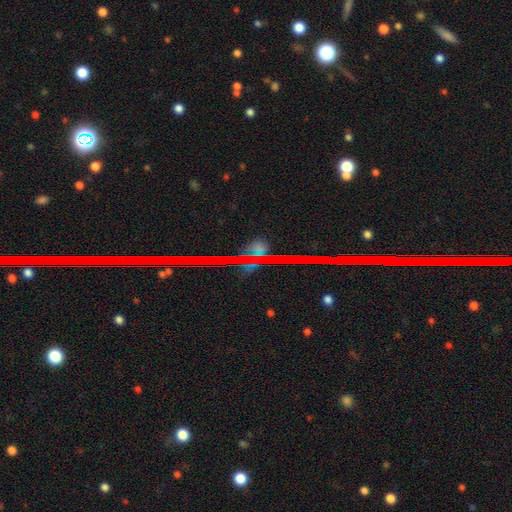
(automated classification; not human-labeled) Overall: star or artifact (69%).